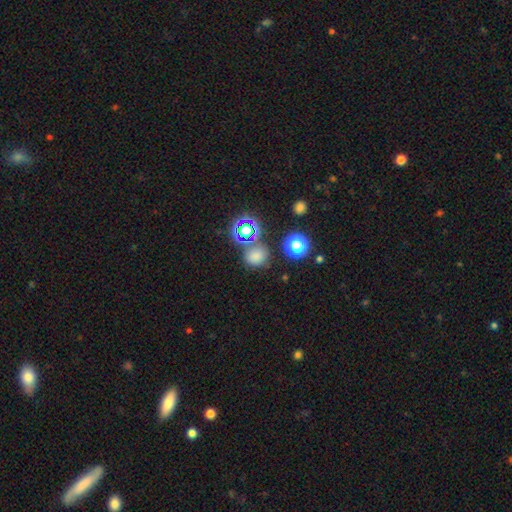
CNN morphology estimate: A smooth galaxy with no disk features (66%) that is round (78%). Merging: none (71%).